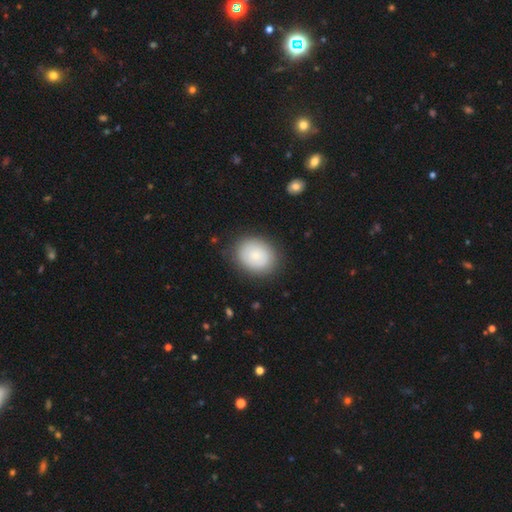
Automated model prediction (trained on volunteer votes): Overall: smooth (81%). How rounded: round (54%; in between 46%). Merging: none (84%).